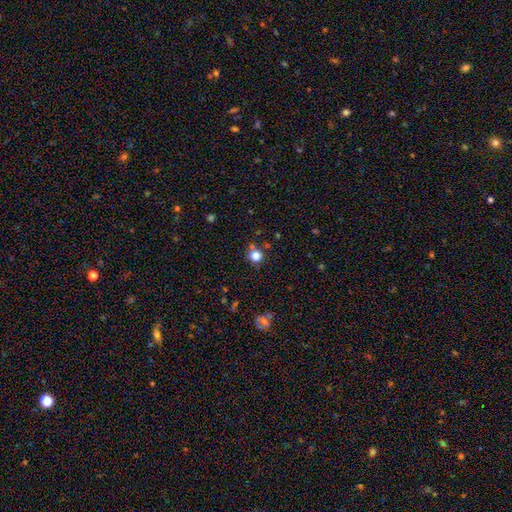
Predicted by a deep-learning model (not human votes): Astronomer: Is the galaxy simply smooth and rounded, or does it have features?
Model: smooth — 80%.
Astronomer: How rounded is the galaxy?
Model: round — 92%.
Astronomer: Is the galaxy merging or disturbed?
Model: none — 77%.